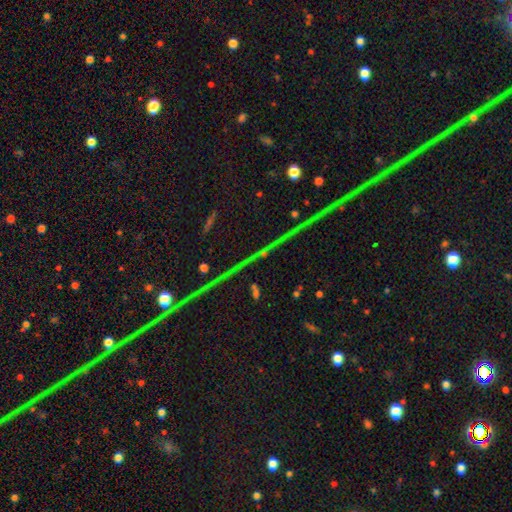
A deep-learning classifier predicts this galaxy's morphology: A star or artifact, not a galaxy (83%).

Vote fractions:
- Smooth or featured? star or artifact: 83% / featured or disk: 10% / smooth: 7%